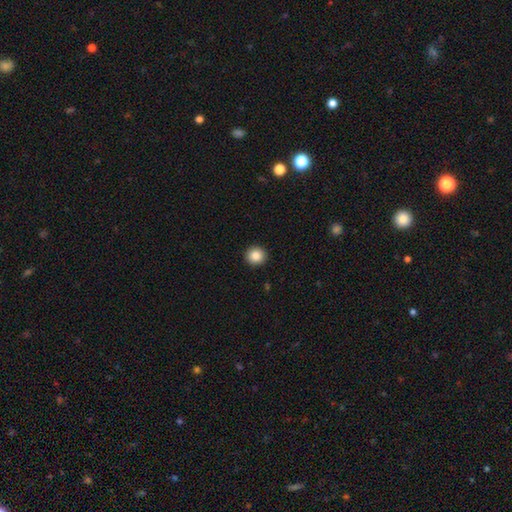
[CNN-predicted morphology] type=smooth (86%); roundness=round (93%); merging=none (93%).